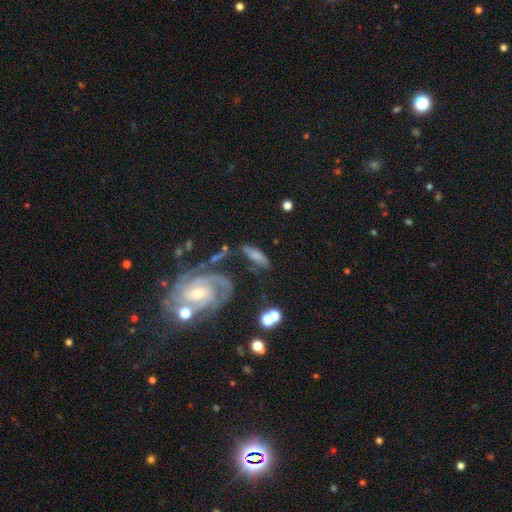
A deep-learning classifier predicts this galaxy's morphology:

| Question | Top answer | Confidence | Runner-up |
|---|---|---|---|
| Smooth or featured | smooth | 54% | featured or disk (37%) |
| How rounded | in between | 49% | cigar-shaped (46%) |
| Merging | none | 59% | minor disturbance (20%) |